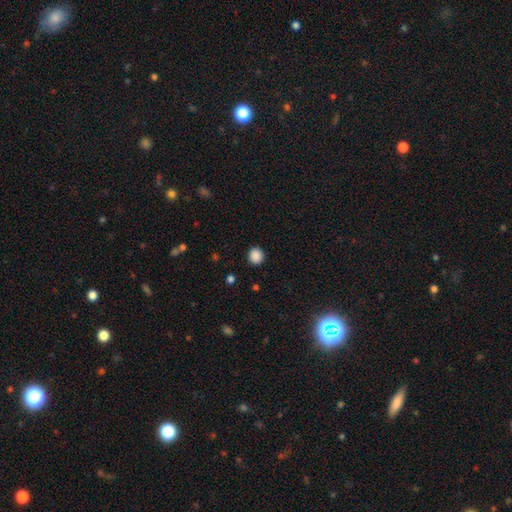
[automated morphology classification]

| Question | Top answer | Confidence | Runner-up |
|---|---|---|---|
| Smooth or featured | smooth | 88% | star or artifact (10%) |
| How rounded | round | 88% | in between (11%) |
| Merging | none | 91% | minor disturbance (6%) |